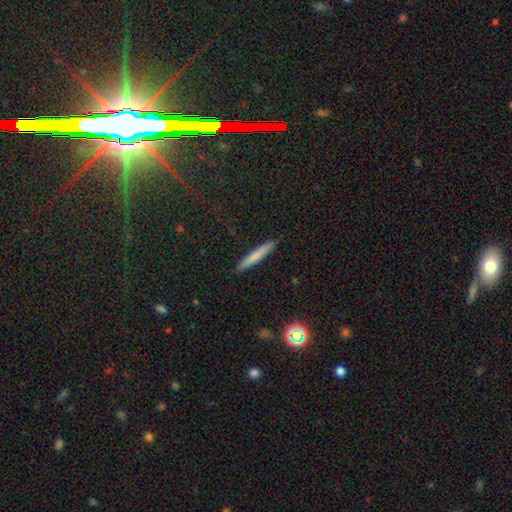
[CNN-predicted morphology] Smooth or featured?
  - smooth: 73% *
  - featured or disk: 20%
  - star or artifact: 7%
How rounded?
  - cigar-shaped: 95% *
  - in between: 3%
  - round: 1%
Merging?
  - none: 91% *
  - minor disturbance: 7%
  - major disturbance: 1%
  - merger: 1%